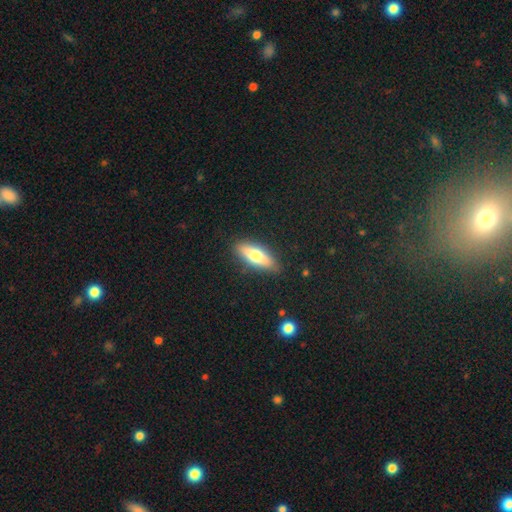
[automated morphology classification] Smooth or featured? smooth (65%)
How rounded? in between (56%)
Merging? none (86%)